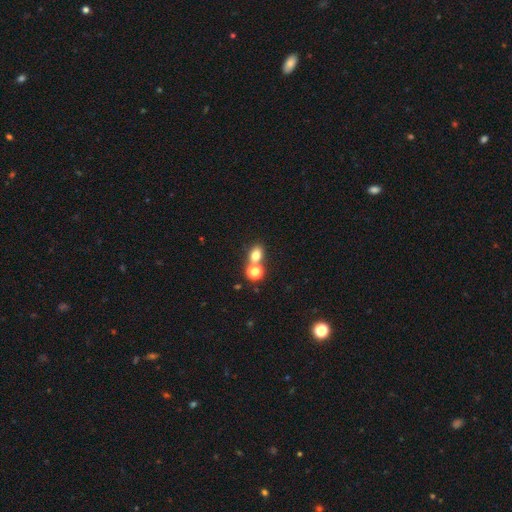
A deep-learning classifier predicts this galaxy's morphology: A smooth galaxy with no disk features (75%) that is in between round and cigar-shaped (52%).

Vote fractions:
- Smooth or featured? smooth: 75% / star or artifact: 16% / featured or disk: 10%
- How rounded? in between: 52% / round: 47% / cigar-shaped: 2%
- Merging? none: 53% / merger: 33% / minor disturbance: 9% / major disturbance: 4%